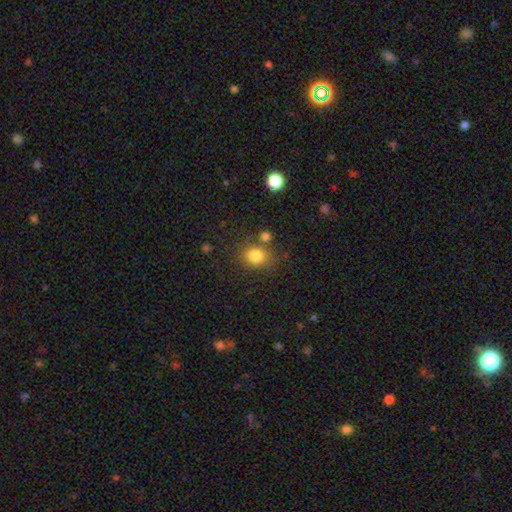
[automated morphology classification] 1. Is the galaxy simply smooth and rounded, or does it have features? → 81% smooth, 12% star or artifact, 7% featured or disk.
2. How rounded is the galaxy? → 69% round, 30% in between, 1% cigar-shaped.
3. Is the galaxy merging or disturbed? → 68% none, 14% minor disturbance, 13% merger, 5% major disturbance.